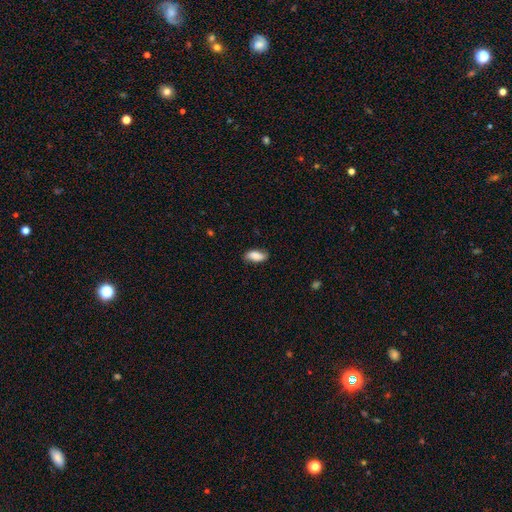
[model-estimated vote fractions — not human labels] Q: Smooth or featured?
A: smooth (82%); runner-up: featured or disk (11%)
Q: How rounded?
A: in between (88%); runner-up: cigar-shaped (10%)
Q: Merging?
A: none (79%); runner-up: minor disturbance (17%)